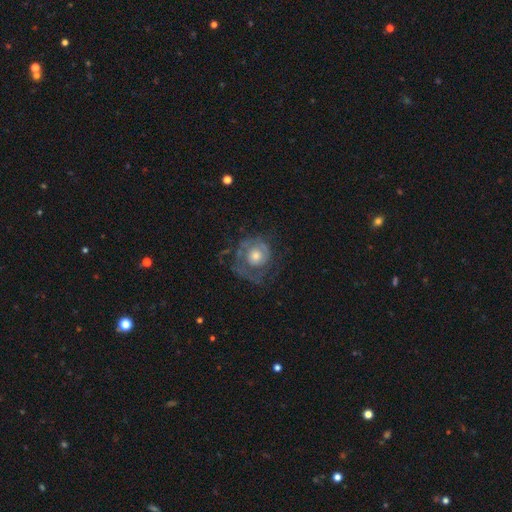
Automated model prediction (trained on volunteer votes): This appears to be a featured or disk galaxy (66%) with no bar (83%), spiral arms (68%) and a moderate central bulge (62%). Merging: none (55%).